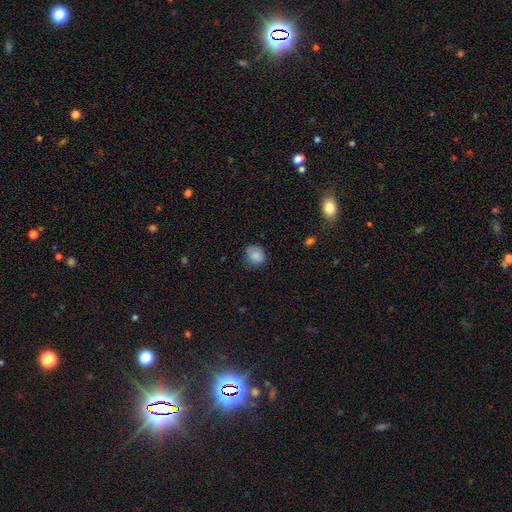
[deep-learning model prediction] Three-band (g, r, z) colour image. It shows a smooth galaxy with no disk features (85%) that is round (75%). Merging: none (68%).